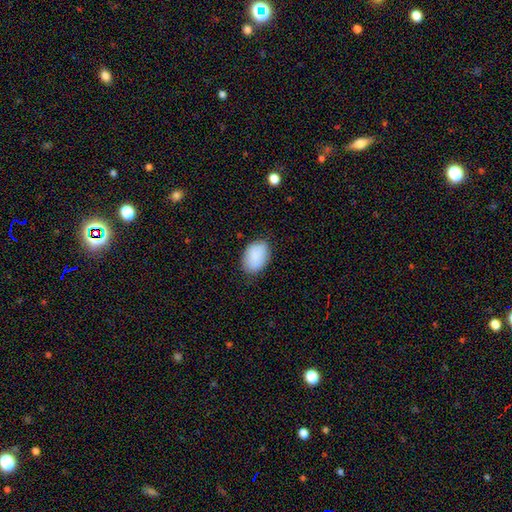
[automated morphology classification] smooth 89%, star or artifact 6%, featured or disk 5%. Down the decision tree: how rounded — in between (87%); merging — none (80%).